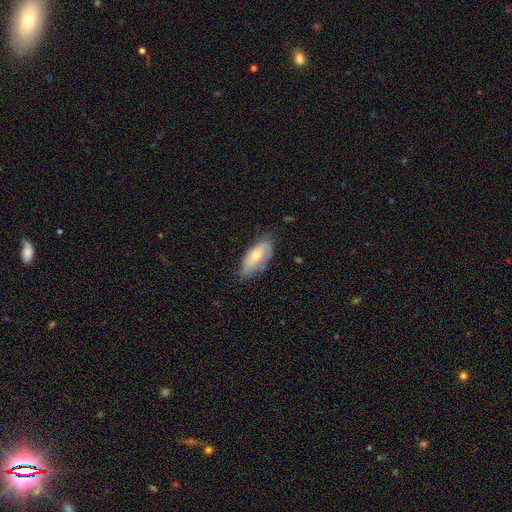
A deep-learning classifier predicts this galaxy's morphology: Smooth or featured?
  - smooth: 59% *
  - featured or disk: 34%
  - star or artifact: 6%
How rounded?
  - in between: 87% *
  - cigar-shaped: 10%
  - round: 3%
Merging?
  - none: 56% *
  - minor disturbance: 33%
  - major disturbance: 9%
  - merger: 2%